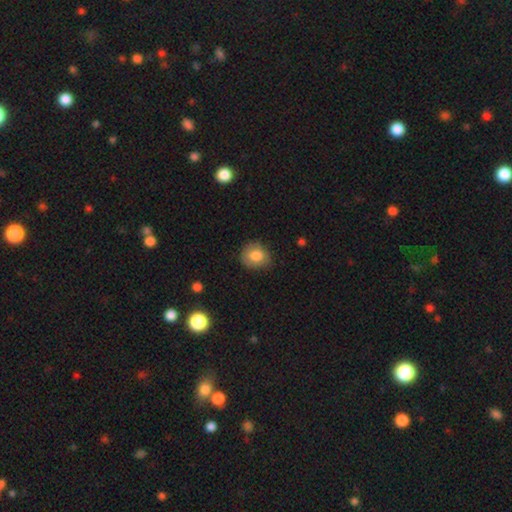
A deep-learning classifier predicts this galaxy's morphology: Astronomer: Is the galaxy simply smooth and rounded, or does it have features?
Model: smooth — 80%.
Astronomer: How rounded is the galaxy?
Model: round — 76%.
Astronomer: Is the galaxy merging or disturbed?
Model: none — 78%.